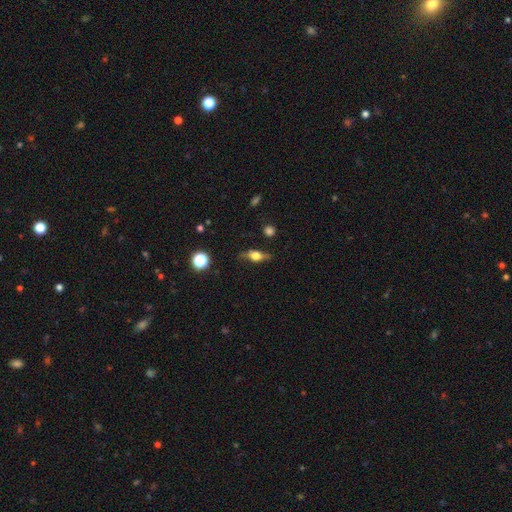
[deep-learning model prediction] The model was most divided on "smooth or featured": featured or disk: 52%, smooth: 39%, star or artifact: 9%. More confident: edge-on disk — yes (89%); merging — none (77%).